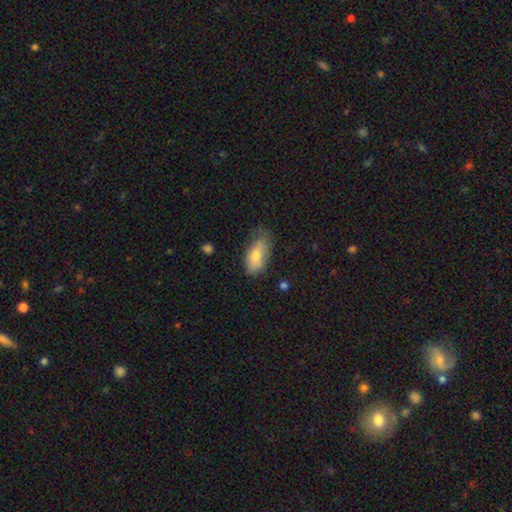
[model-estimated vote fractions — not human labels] A smooth galaxy with no disk features (73%) that is in between round and cigar-shaped (88%). Merging: none (54%).